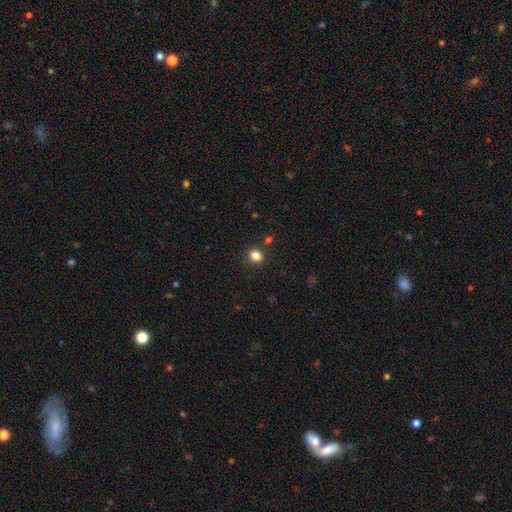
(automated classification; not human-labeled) Smooth or featured: smooth — 83% (star or artifact — 13%)
How rounded: round — 66% (in between — 33%)
Merging: none — 85% (minor disturbance — 9%)